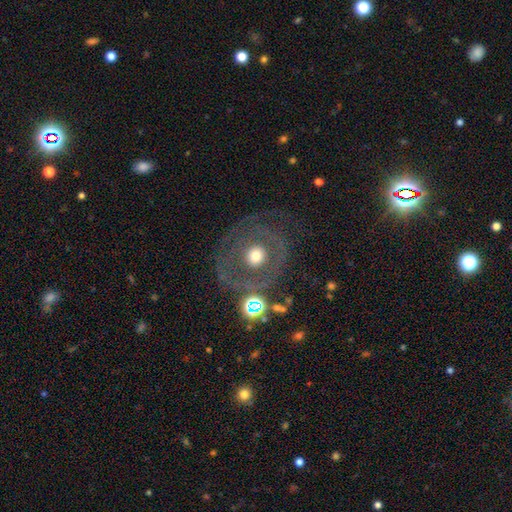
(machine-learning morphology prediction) The model was most divided on "smooth or featured": featured or disk: 47%, smooth: 42%, star or artifact: 12%. More confident: merging — none (69%).